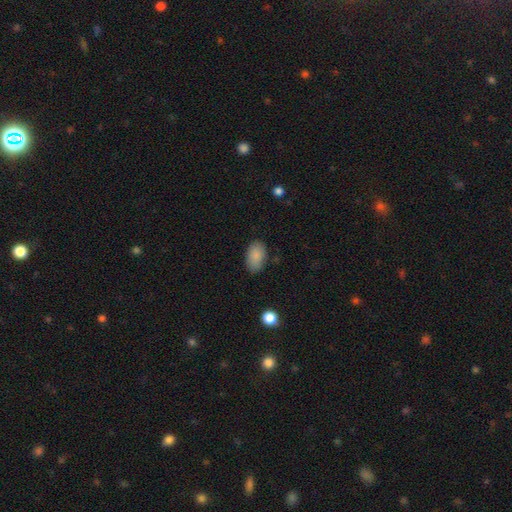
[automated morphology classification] Smooth or featured?
  - smooth: 87% *
  - star or artifact: 7%
  - featured or disk: 6%
How rounded?
  - in between: 93% *
  - round: 5%
  - cigar-shaped: 2%
Merging?
  - none: 82% *
  - minor disturbance: 13%
  - major disturbance: 3%
  - merger: 1%